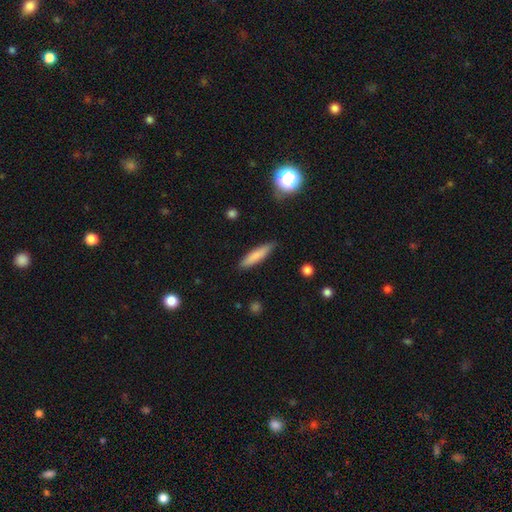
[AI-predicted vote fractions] The model was most divided on "how rounded": cigar-shaped: 80%, in between: 19%, round: 1%. More confident: merging — none (86%); smooth or featured — smooth (80%).